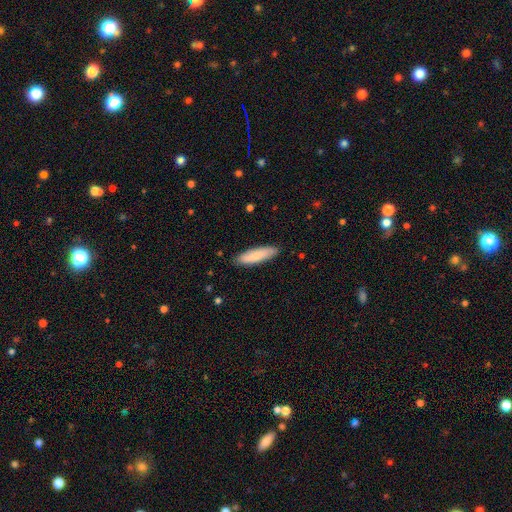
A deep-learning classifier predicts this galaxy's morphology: A smooth galaxy with no disk features (81%) that is cigar-shaped (67%).

Vote fractions:
- Smooth or featured? smooth: 81% / featured or disk: 13% / star or artifact: 5%
- How rounded? cigar-shaped: 67% / in between: 32% / round: 1%
- Merging? none: 87% / minor disturbance: 10% / major disturbance: 2% / merger: 1%